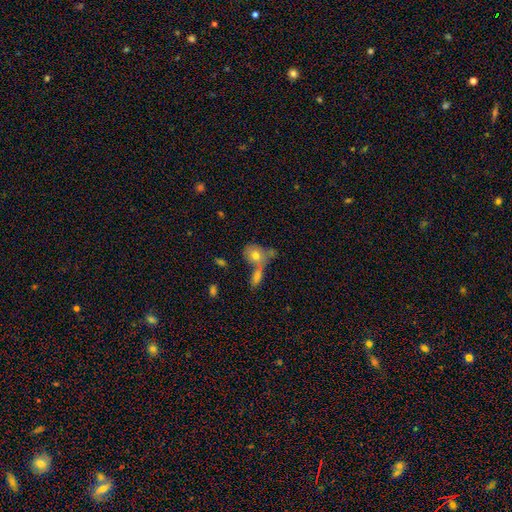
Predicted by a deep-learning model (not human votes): Smooth or featured? Predicted: smooth (p=0.71). How rounded? Predicted: in between (p=0.56). Merging? Predicted: merger (p=0.42).